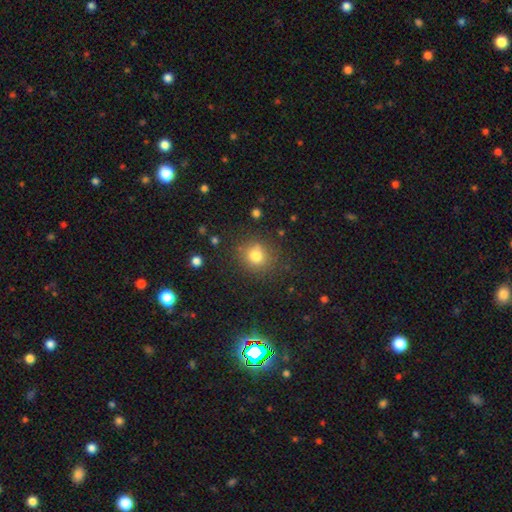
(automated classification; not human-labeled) Overall: smooth (78%). How rounded: round (86%). Merging: none (81%).